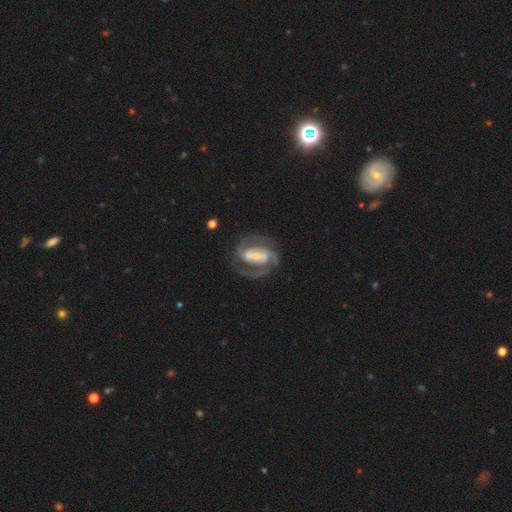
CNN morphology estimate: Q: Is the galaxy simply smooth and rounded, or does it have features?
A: featured or disk — 88%.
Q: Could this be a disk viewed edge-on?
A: no — 97%.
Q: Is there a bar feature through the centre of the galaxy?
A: strong — 52%.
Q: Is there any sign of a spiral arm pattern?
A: yes — 96%.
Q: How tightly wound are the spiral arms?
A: medium — 49%.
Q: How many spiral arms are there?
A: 2 — 79%.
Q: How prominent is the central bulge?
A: small — 56%.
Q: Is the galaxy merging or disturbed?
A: none — 68%.